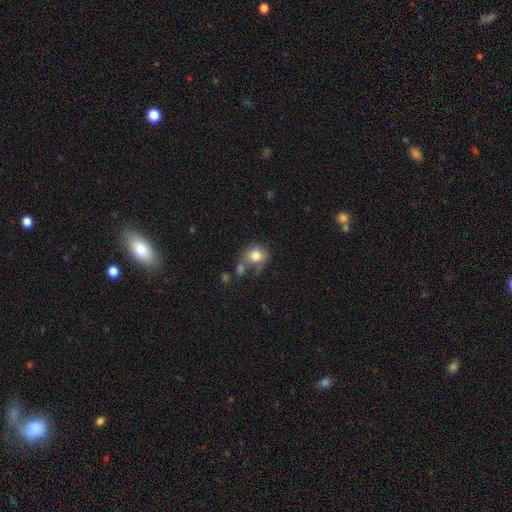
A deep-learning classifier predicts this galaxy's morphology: The model was most divided on "merging": none: 47%, merger: 23%, minor disturbance: 20%, major disturbance: 10%. More confident: smooth or featured — smooth (79%); how rounded — round (65%).